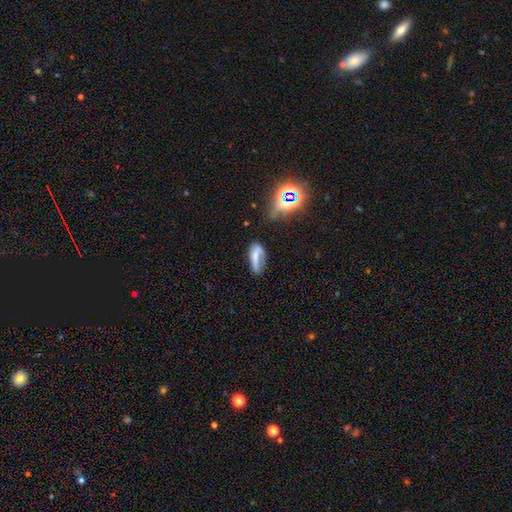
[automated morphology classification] Overall: smooth (53%; featured or disk 34%). How rounded: in between (75%). Merging: none (43%; minor disturbance 31%).